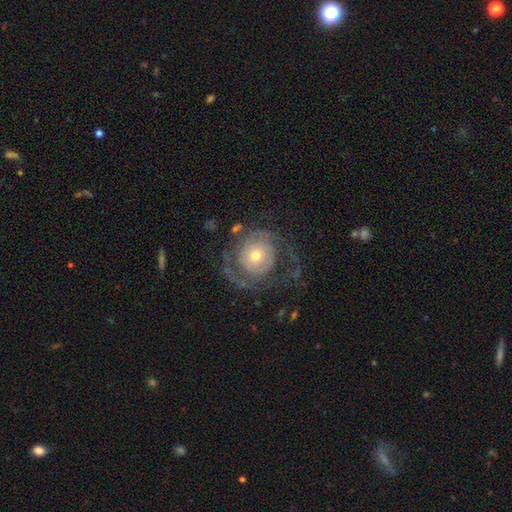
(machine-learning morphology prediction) A featured or disk galaxy (80%) with no bar (78%), 2 (63%) tight (44%) spiral arms (90%) and a moderate central bulge (50%).

Vote fractions:
- Smooth or featured? featured or disk: 80% / smooth: 14% / star or artifact: 6%
- Edge-on disk? no: 97% / yes: 3%
- Bar? no: 78% / weak: 18% / strong: 5%
- Spiral arms? yes: 90% / no: 10%
- Spiral winding? tight: 44% / medium: 36% / loose: 20%
- Spiral arm count? 2: 63% / can't tell: 15% / 3: 9% / 1: 7% / 4: 4% / more than 4: 3%
- Bulge size? moderate: 50% / small: 43% / large: 5% / dominant: 1% / none: 1%
- Merging? none: 61% / major disturbance: 22% / minor disturbance: 15% / merger: 2%